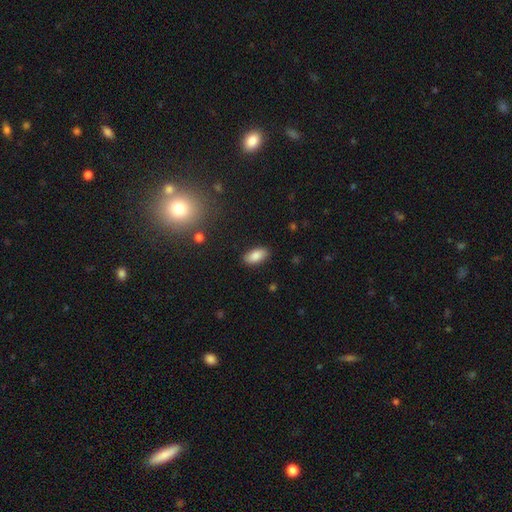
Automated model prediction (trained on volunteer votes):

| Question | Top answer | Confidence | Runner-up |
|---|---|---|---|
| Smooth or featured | smooth | 86% | star or artifact (8%) |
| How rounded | in between | 92% | cigar-shaped (5%) |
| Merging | none | 87% | minor disturbance (9%) |